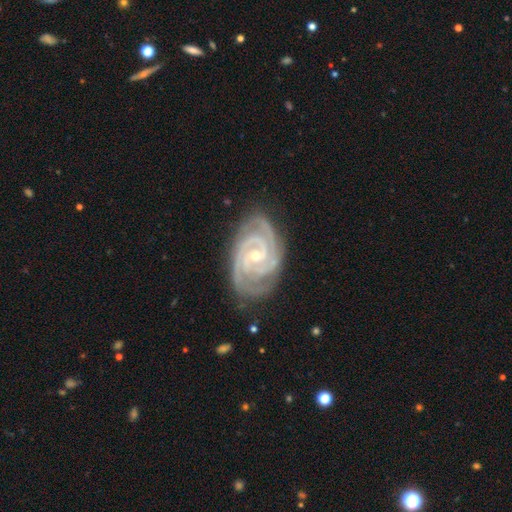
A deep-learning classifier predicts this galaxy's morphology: featured or disk 93%, star or artifact 4%, smooth 3%. Down the decision tree: edge-on disk — no (98%); bar — no (51%); spiral arms — yes (99%); spiral arm count — 3 (41%); spiral winding — tight (75%); bulge size — small (66%); merging — none (78%).